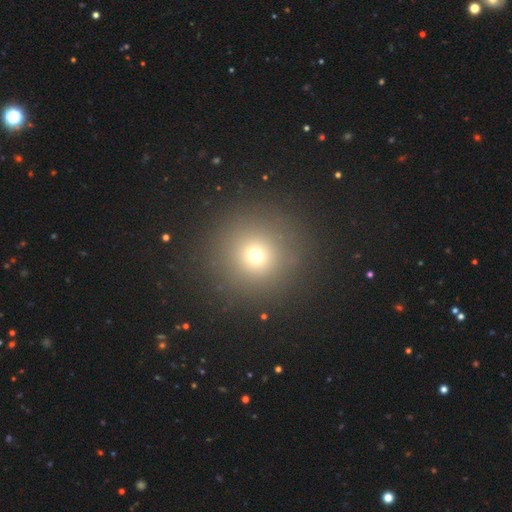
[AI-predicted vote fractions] Overall: smooth (67%). How rounded: round (95%). Merging: none (89%).